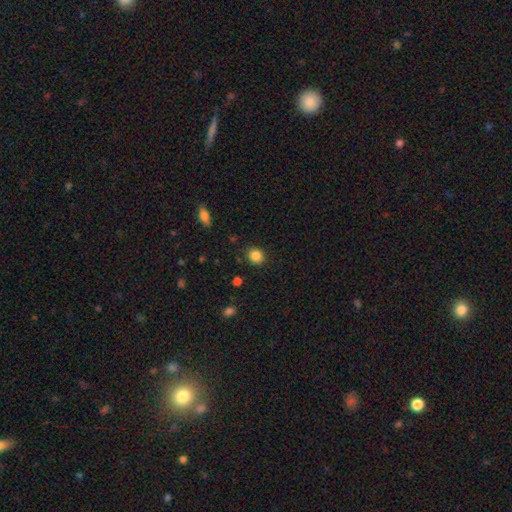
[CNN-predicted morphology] Smooth or featured? Predicted: smooth (p=0.86). How rounded? Predicted: round (p=0.76). Merging? Predicted: none (p=0.87).